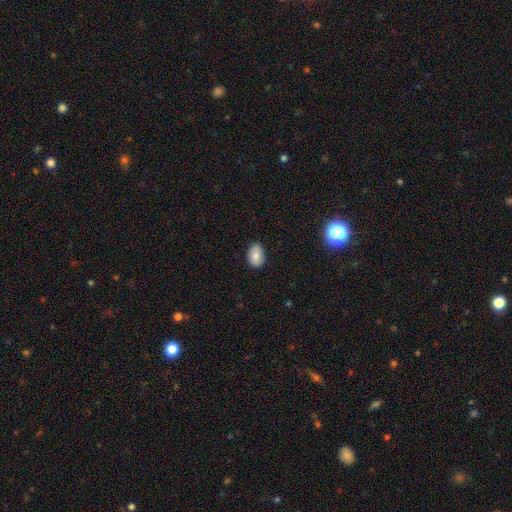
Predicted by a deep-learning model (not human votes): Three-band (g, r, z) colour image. It shows a smooth galaxy with no disk features (78%) that is in between round and cigar-shaped (78%). Merging: none (82%).